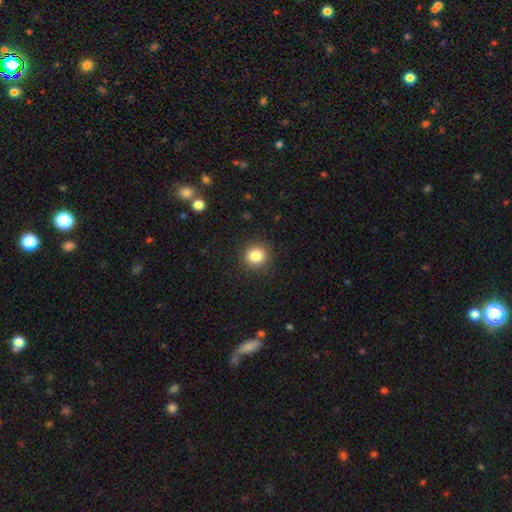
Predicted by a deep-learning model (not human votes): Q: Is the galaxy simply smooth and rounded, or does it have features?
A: smooth — 84%.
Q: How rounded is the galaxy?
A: round — 91%.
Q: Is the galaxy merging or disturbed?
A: none — 90%.